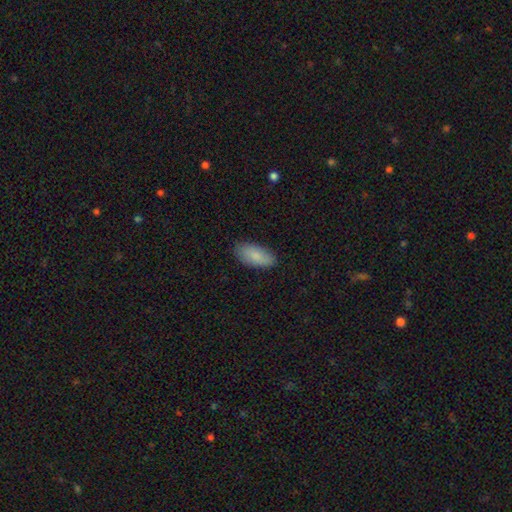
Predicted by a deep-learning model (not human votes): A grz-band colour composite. It shows a smooth galaxy with no disk features (84%) that is in between round and cigar-shaped (91%). Merging: none (85%).